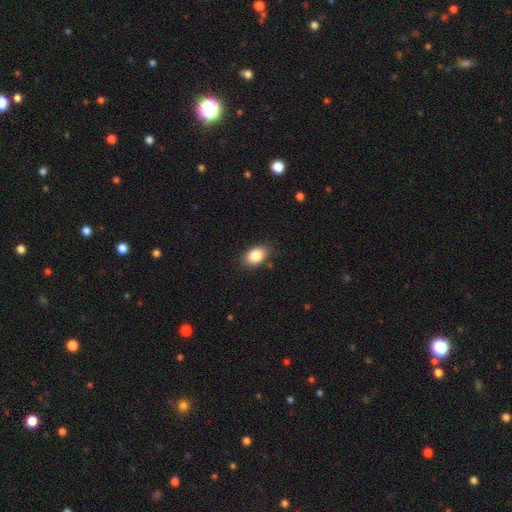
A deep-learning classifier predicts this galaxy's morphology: Q: Smooth or featured?
A: smooth (86%); runner-up: star or artifact (8%)
Q: How rounded?
A: in between (86%); runner-up: round (13%)
Q: Merging?
A: none (83%); runner-up: minor disturbance (12%)